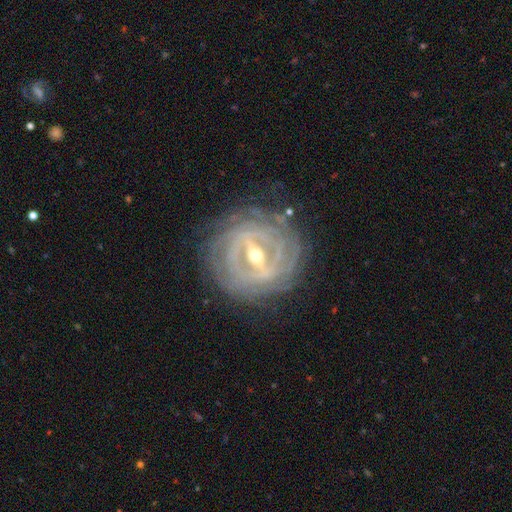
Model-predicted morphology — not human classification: A featured or disk galaxy (91%) with a strong bar (72%), tight (84%) spiral arms (91%) and a moderate central bulge (55%).

Vote fractions:
- Smooth or featured? featured or disk: 91% / star or artifact: 5% / smooth: 4%
- Edge-on disk? no: 92% / yes: 8%
- Bar? strong: 72% / weak: 22% / no: 6%
- Spiral arms? yes: 91% / no: 9%
- Spiral winding? tight: 84% / medium: 12% / loose: 3%
- Spiral arm count? can't tell: 40% / 4: 18% / more than 4: 13% / 3: 12% / 2: 11% / 1: 6%
- Bulge size? moderate: 55% / small: 42% / large: 2% / dominant: 1% / none: 1%
- Merging? none: 81% / minor disturbance: 12% / major disturbance: 5% / merger: 1%